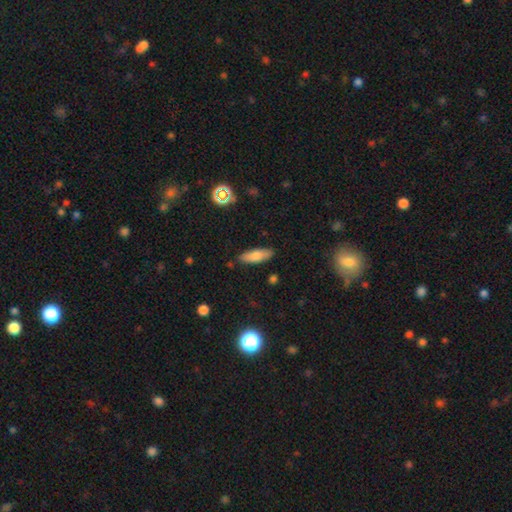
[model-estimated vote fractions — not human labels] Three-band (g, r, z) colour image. It shows a smooth galaxy with no disk features (76%) that is in between round and cigar-shaped (60%). Merging: none (85%).